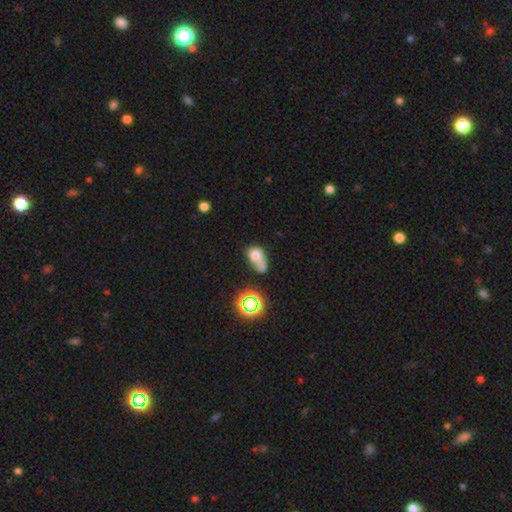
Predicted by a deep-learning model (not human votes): Overall: smooth (68%). How rounded: in between (53%; round 44%). Merging: merger (52%; none 23%).